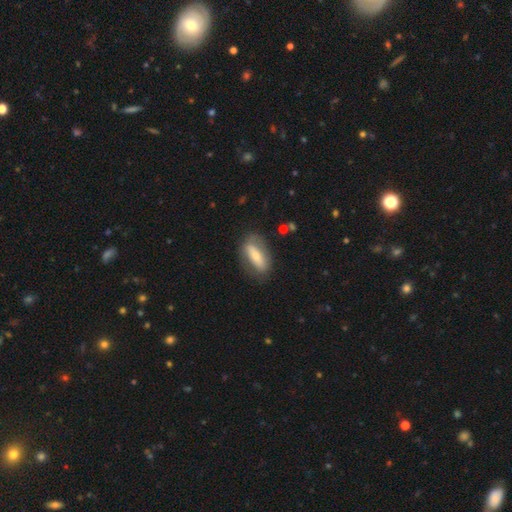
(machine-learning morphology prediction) Smooth or featured? smooth (54%)
How rounded? in between (71%)
Merging? none (75%)